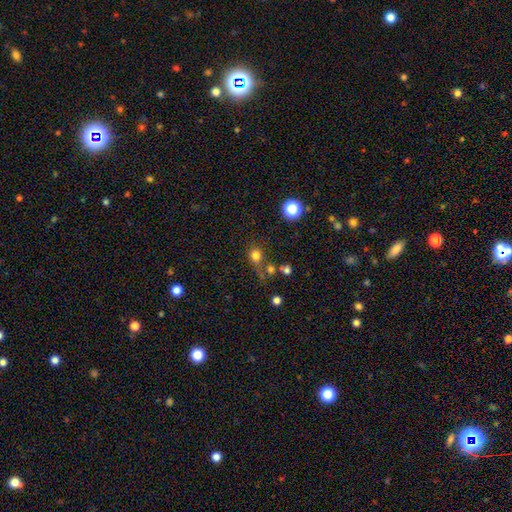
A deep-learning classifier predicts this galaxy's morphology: smooth_or_featured: smooth (p=0.76) [alt: star or artifact p=0.17]
how_rounded: round (p=0.86) [alt: in between p=0.13]
merging: none (p=0.59) [alt: merger p=0.18]